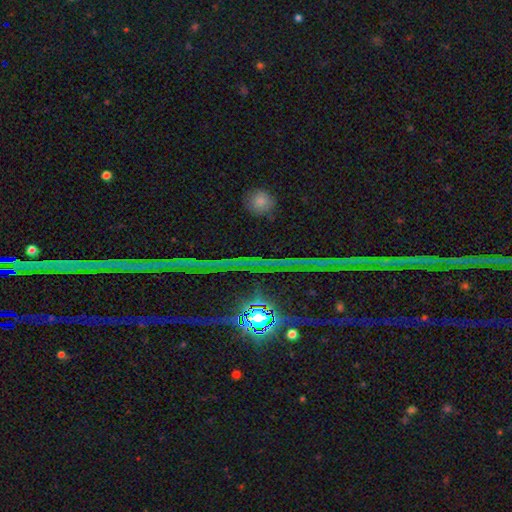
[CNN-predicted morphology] smooth_or_featured: star or artifact (p=0.86) [alt: featured or disk p=0.07]